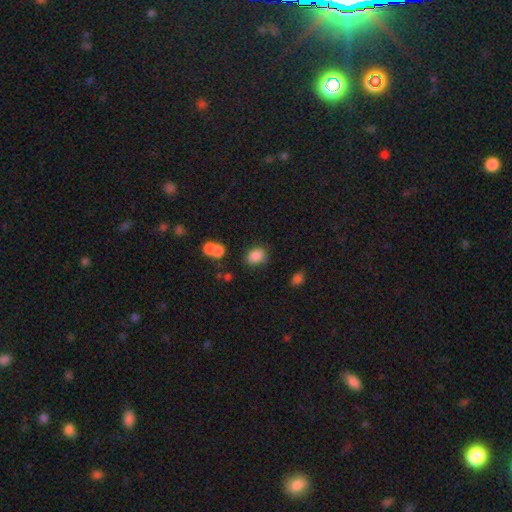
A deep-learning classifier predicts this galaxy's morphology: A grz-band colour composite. It shows a smooth galaxy with no disk features (84%) that is in between round and cigar-shaped (63%). Merging: none (71%).